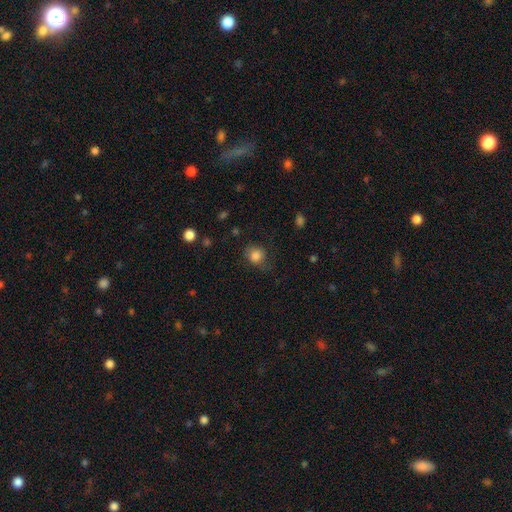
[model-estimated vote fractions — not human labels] Smooth or featured? Predicted: smooth (p=0.83). How rounded? Predicted: round (p=0.72). Merging? Predicted: none (p=0.62).